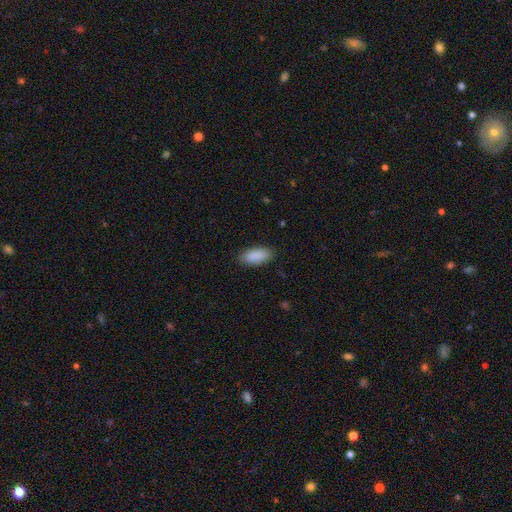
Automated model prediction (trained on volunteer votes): Morphology: type=smooth (90%); roundness=in between (88%); merging=none (87%).